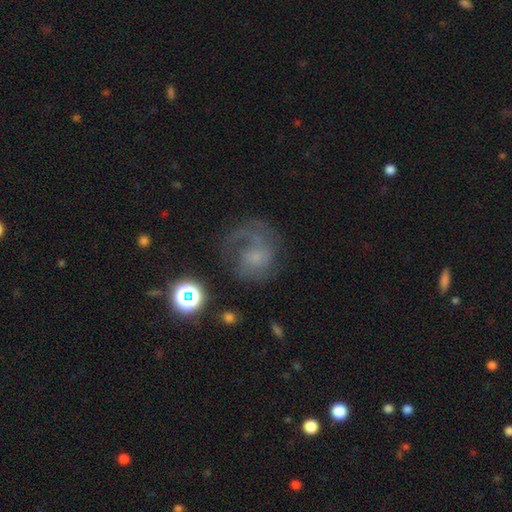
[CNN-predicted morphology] A featured or disk galaxy (65%) with no bar (72%), 1 (58%) medium (42%) spiral arms (87%) and a small central bulge (52%).

Vote fractions:
- Smooth or featured? featured or disk: 65% / smooth: 21% / star or artifact: 14%
- Edge-on disk? no: 98% / yes: 2%
- Bar? no: 72% / weak: 24% / strong: 4%
- Spiral arms? yes: 87% / no: 13%
- Spiral winding? medium: 42% / tight: 30% / loose: 28%
- Spiral arm count? 1: 58% / 2: 20% / can't tell: 14% / 3: 4% / 4: 2% / more than 4: 2%
- Bulge size? small: 52% / none: 24% / moderate: 18% / large: 4% / dominant: 2%
- Merging? none: 51% / major disturbance: 28% / minor disturbance: 18% / merger: 3%